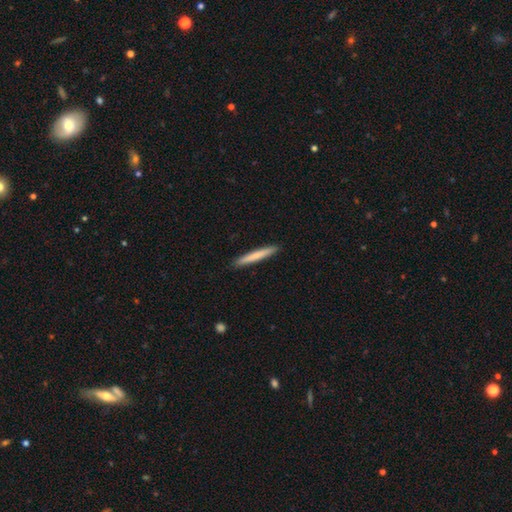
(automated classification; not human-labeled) A smooth galaxy with no disk features (74%) that is cigar-shaped (96%).

Vote fractions:
- Smooth or featured? smooth: 74% / featured or disk: 21% / star or artifact: 5%
- How rounded? cigar-shaped: 96% / in between: 3% / round: 1%
- Merging? none: 92% / minor disturbance: 5% / major disturbance: 1% / merger: 1%